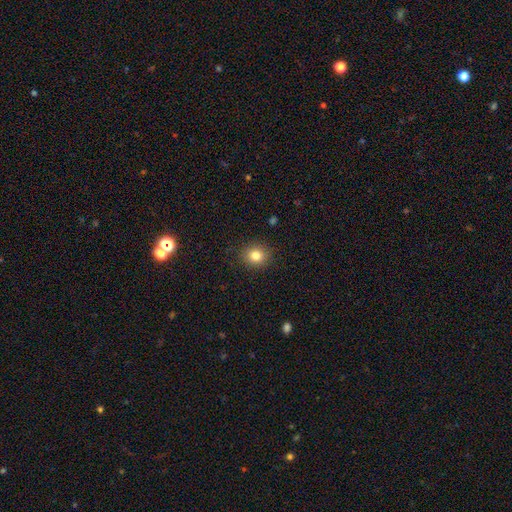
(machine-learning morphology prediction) Smooth or featured: smooth — 82% (star or artifact — 11%)
How rounded: round — 78% (in between — 21%)
Merging: none — 90% (minor disturbance — 7%)